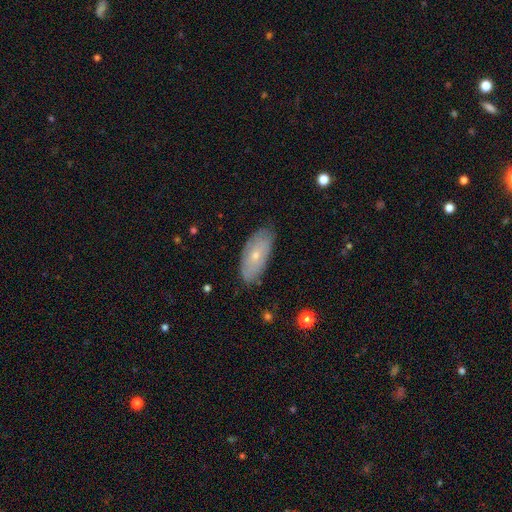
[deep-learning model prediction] The model was most divided on "smooth or featured": smooth: 49%, featured or disk: 44%, star or artifact: 7%. More confident: merging — none (79%).